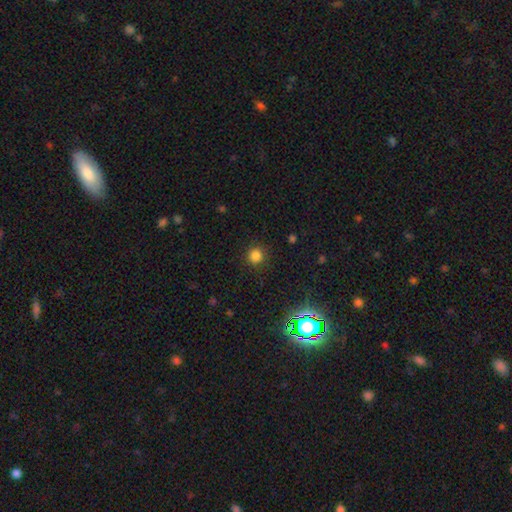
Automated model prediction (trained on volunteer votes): A smooth galaxy with no disk features (81%) that is round (93%).

Vote fractions:
- Smooth or featured? smooth: 81% / star or artifact: 15% / featured or disk: 4%
- How rounded? round: 93% / in between: 6% / cigar-shaped: 1%
- Merging? none: 89% / minor disturbance: 7% / major disturbance: 3% / merger: 1%